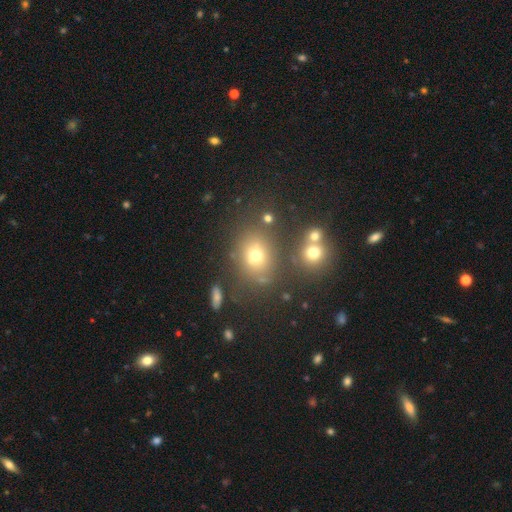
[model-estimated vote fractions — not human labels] This is likely a smooth galaxy (66%). How rounded: possibly round (53%). Merging: likely none (70%).